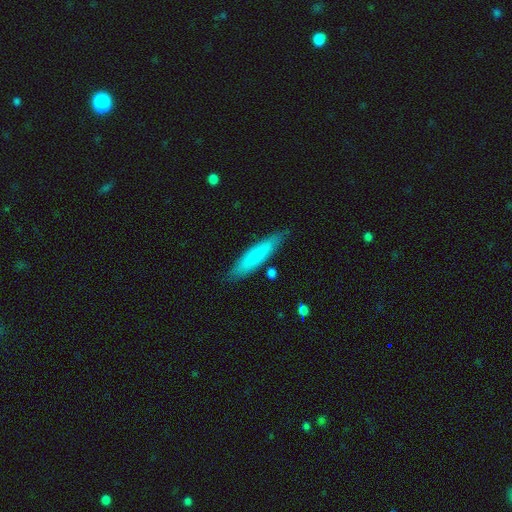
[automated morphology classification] The model was most divided on "smooth or featured": smooth: 75%, featured or disk: 19%, star or artifact: 6%. More confident: merging — none (82%); how rounded — cigar-shaped (81%).